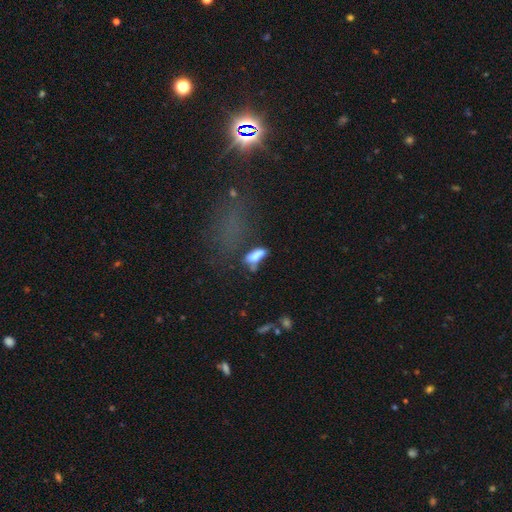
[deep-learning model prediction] Smooth or featured? Predicted: smooth (p=0.68). How rounded? Predicted: in between (p=0.57). Merging? Predicted: none (p=0.30).